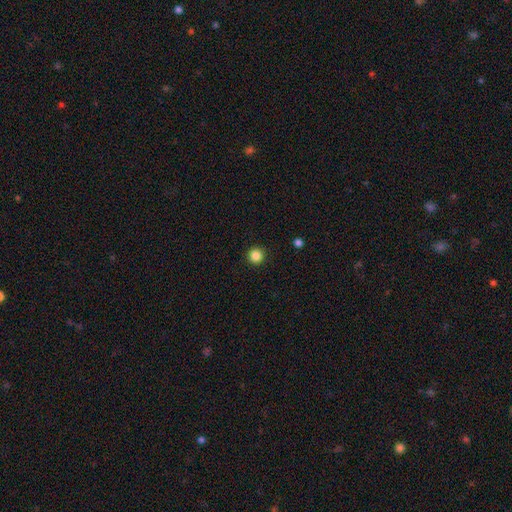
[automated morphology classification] Q: Smooth or featured?
A: smooth (85%); runner-up: star or artifact (11%)
Q: How rounded?
A: round (96%); runner-up: in between (3%)
Q: Merging?
A: none (93%); runner-up: minor disturbance (4%)